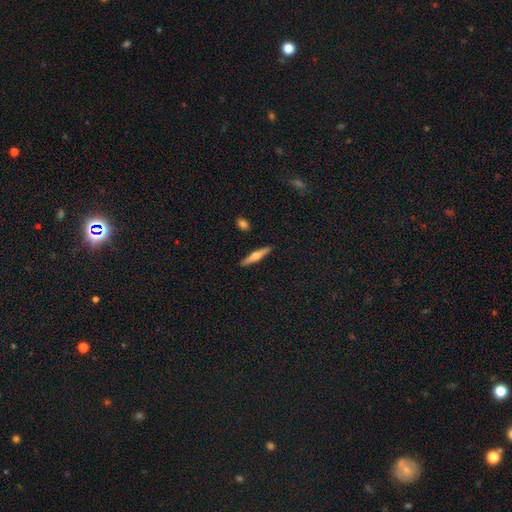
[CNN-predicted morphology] Smooth or featured: featured or disk — 61% (smooth — 34%)
Edge-on disk: yes — 96% (no — 4%)
Edge-on bulge: rounded — 93% (none — 3%)
Merging: none — 90% (minor disturbance — 6%)